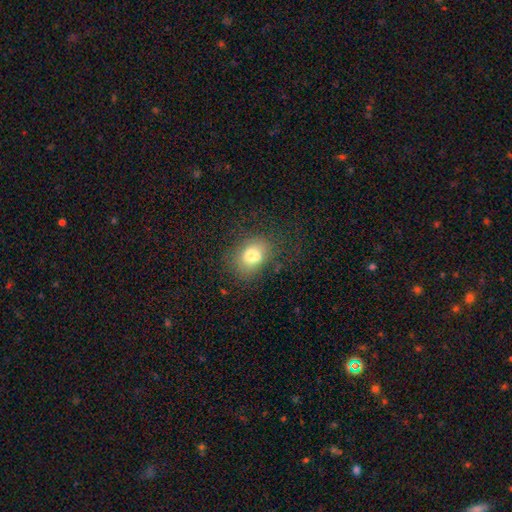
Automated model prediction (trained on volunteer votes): A smooth galaxy with no disk features (72%) that is in between round and cigar-shaped (56%). Merging: none (53%).